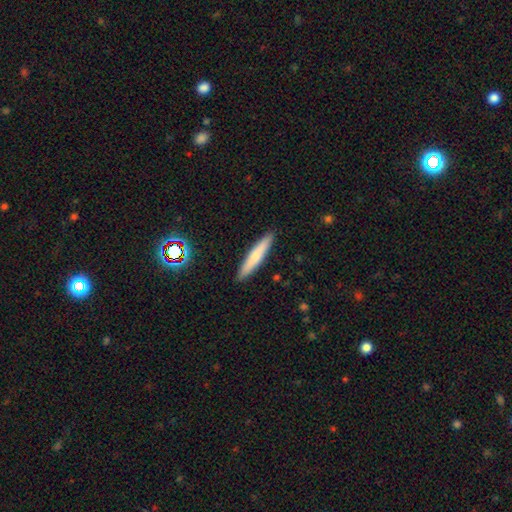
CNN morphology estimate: Smooth or featured: smooth — 67% (featured or disk — 26%)
How rounded: cigar-shaped — 91% (in between — 7%)
Merging: none — 91% (minor disturbance — 7%)